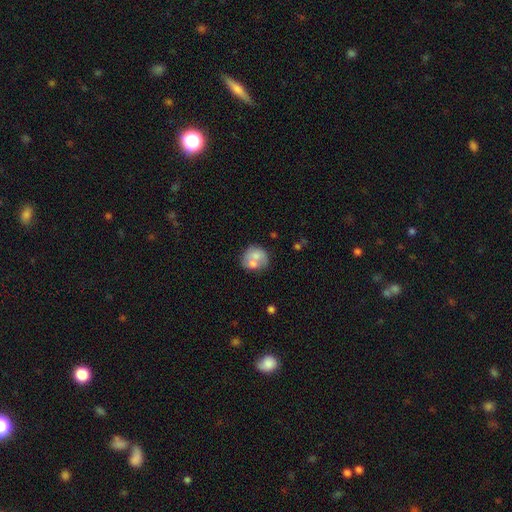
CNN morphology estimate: smooth 62%, featured or disk 30%, star or artifact 8%. Down the decision tree: how rounded — round (69%); merging — merger (47%).